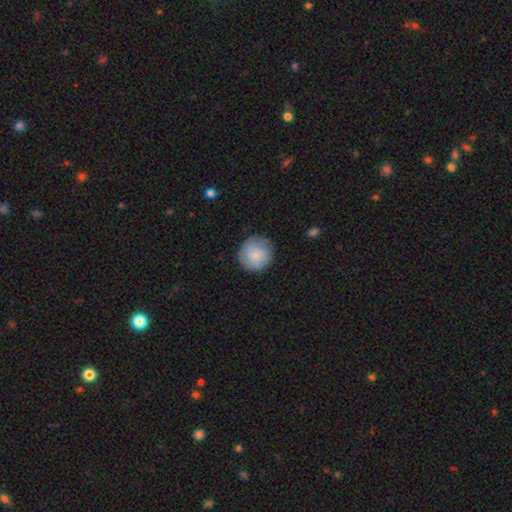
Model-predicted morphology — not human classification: Q: Smooth or featured?
A: smooth (82%); runner-up: featured or disk (11%)
Q: How rounded?
A: round (94%); runner-up: in between (5%)
Q: Merging?
A: none (82%); runner-up: minor disturbance (14%)